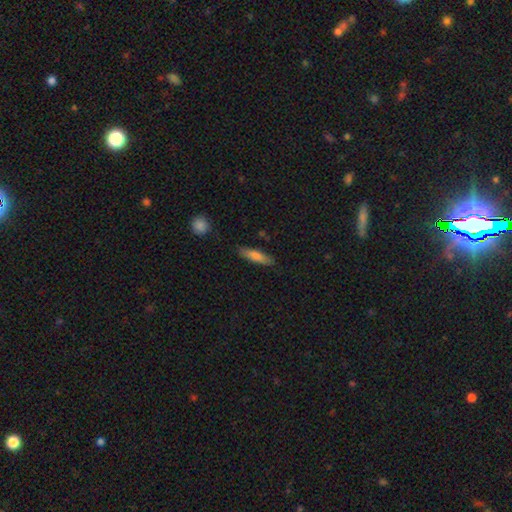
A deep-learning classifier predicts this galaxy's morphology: A smooth galaxy with no disk features (75%) that is cigar-shaped (70%). Merging: none (85%).